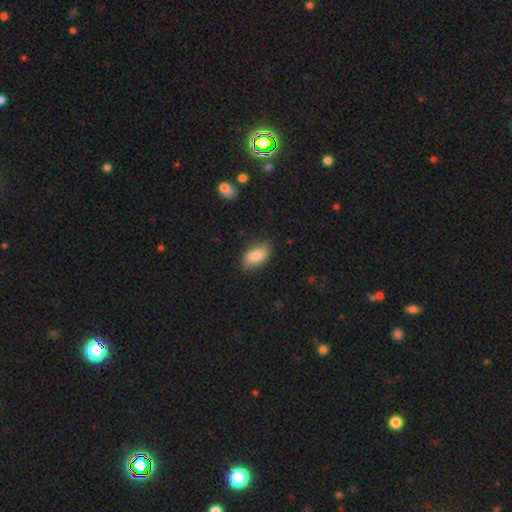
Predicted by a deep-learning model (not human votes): Overall: smooth (83%). How rounded: in between (92%). Merging: none (81%).